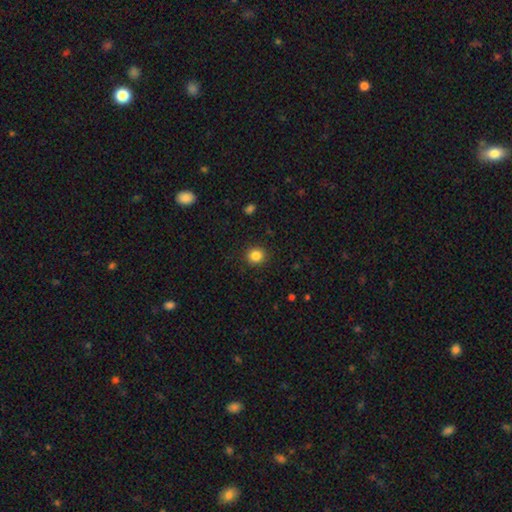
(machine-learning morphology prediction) Smooth or featured: smooth — 85% (star or artifact — 11%)
How rounded: round — 86% (in between — 13%)
Merging: none — 91% (minor disturbance — 6%)